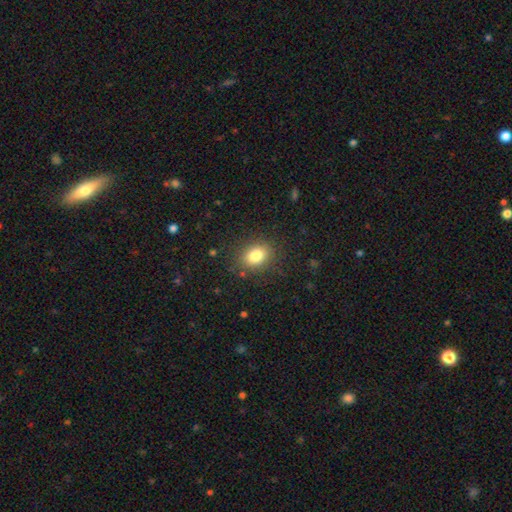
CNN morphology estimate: Smooth or featured? smooth (82%)
How rounded? in between (65%)
Merging? none (85%)